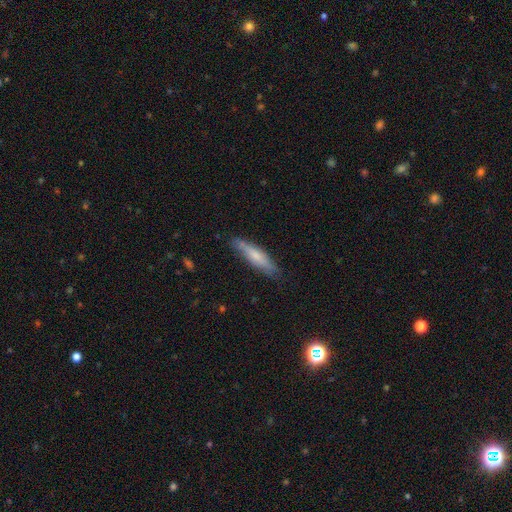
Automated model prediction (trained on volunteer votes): This appears to be a smooth galaxy with no disk features (62%) that is cigar-shaped (83%). Merging: none (79%).